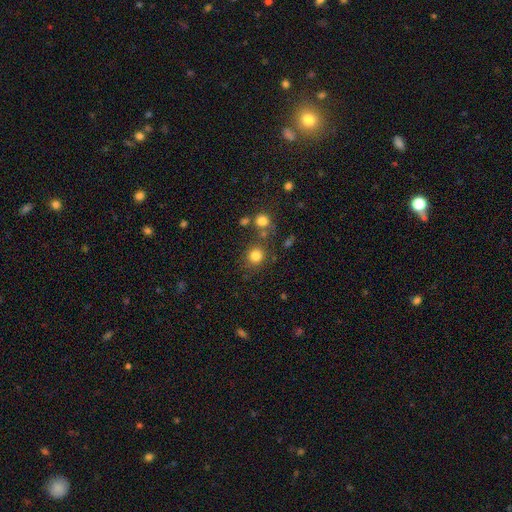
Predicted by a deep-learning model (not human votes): smooth-or-featured: smooth: 80% | star or artifact: 13% | featured or disk: 6%
  how-rounded: round: 87% | in between: 12% | cigar-shaped: 1%
  merging: none: 75% | minor disturbance: 11% | merger: 10% | major disturbance: 5%